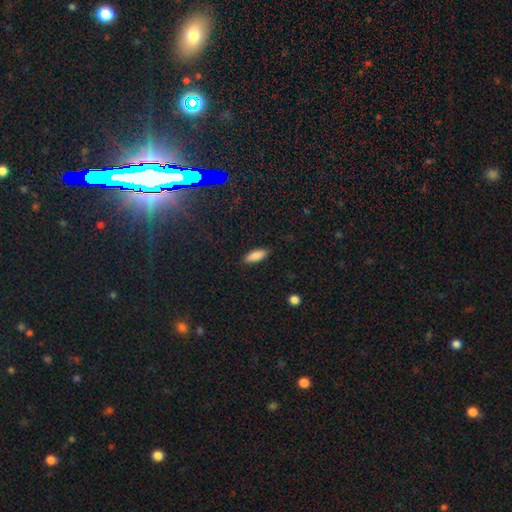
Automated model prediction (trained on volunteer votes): Q: Smooth or featured?
A: smooth (87%); runner-up: star or artifact (7%)
Q: How rounded?
A: in between (73%); runner-up: cigar-shaped (25%)
Q: Merging?
A: none (88%); runner-up: minor disturbance (9%)